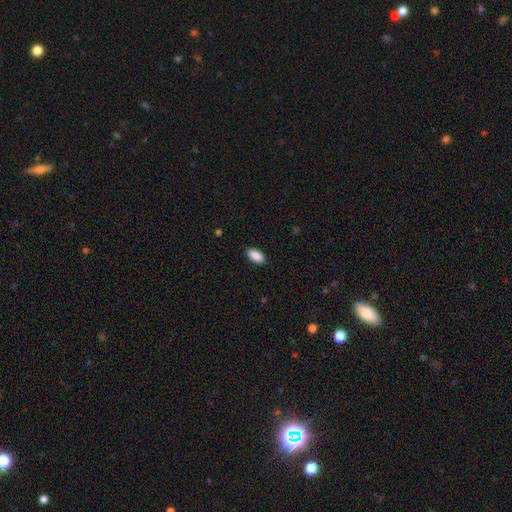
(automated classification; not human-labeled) Morphology: type=smooth (90%); roundness=in between (92%); merging=none (89%).